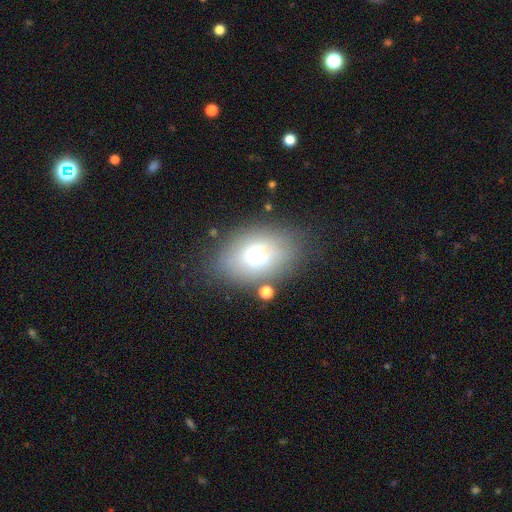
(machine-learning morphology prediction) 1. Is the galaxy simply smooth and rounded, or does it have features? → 64% smooth, 24% featured or disk, 11% star or artifact.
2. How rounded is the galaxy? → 81% in between, 17% round, 2% cigar-shaped.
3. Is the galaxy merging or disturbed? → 72% none, 17% minor disturbance, 7% major disturbance, 5% merger.